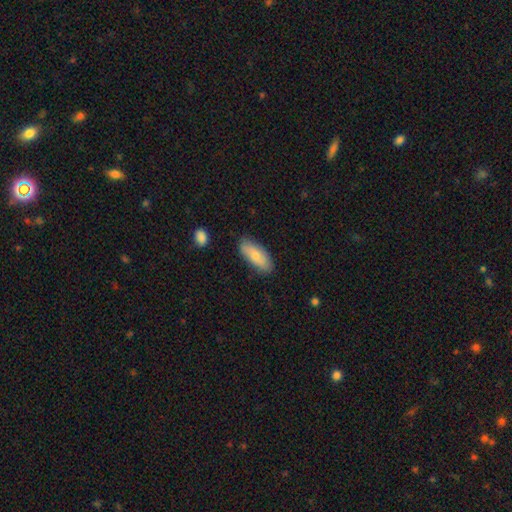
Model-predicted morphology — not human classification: type=smooth (77%); roundness=in between (80%); merging=none (81%).